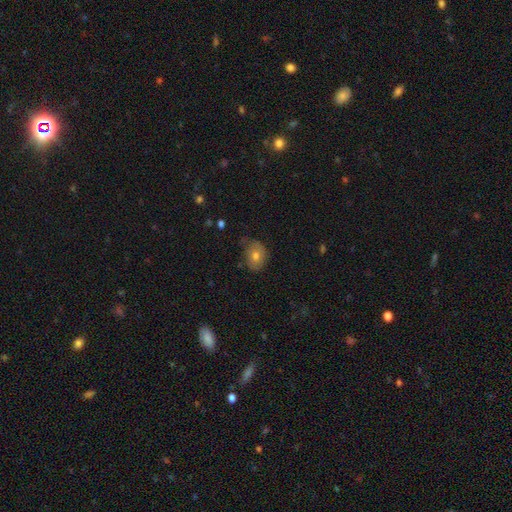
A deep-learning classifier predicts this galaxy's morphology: Overall: smooth (69%). How rounded: round (54%; in between 45%). Merging: none (62%; minor disturbance 28%).